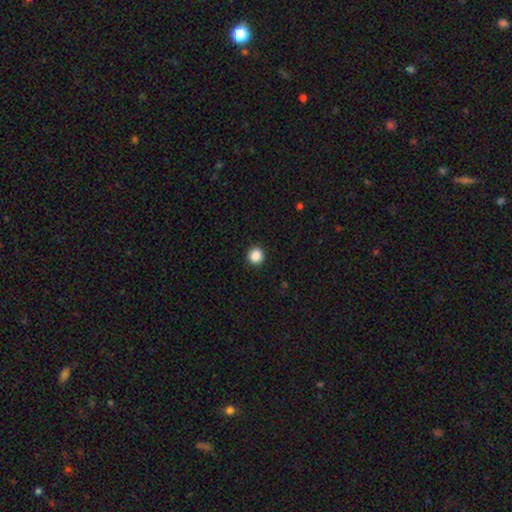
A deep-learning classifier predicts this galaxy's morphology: This appears to be a smooth galaxy with no disk features (87%) that is round (93%). Merging: none (93%).